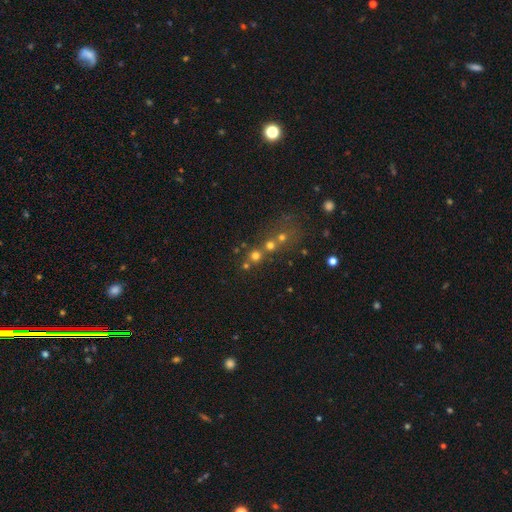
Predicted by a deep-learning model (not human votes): Smooth or featured? Predicted: smooth (p=0.62). How rounded? Predicted: round (p=0.89). Merging? Predicted: none (p=0.52).